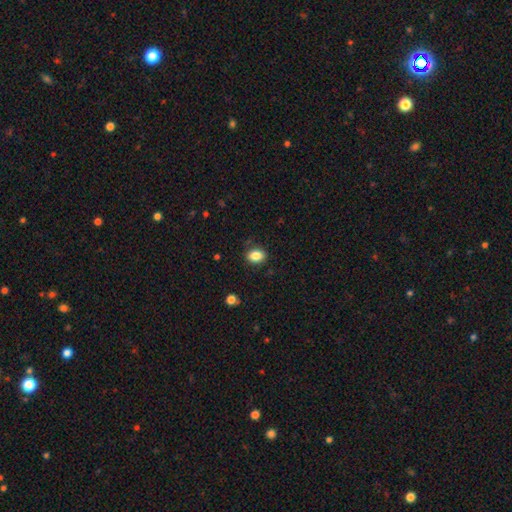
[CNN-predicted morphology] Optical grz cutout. It shows a smooth galaxy with no disk features (86%) that is in between round and cigar-shaped (72%). Merging: none (86%).